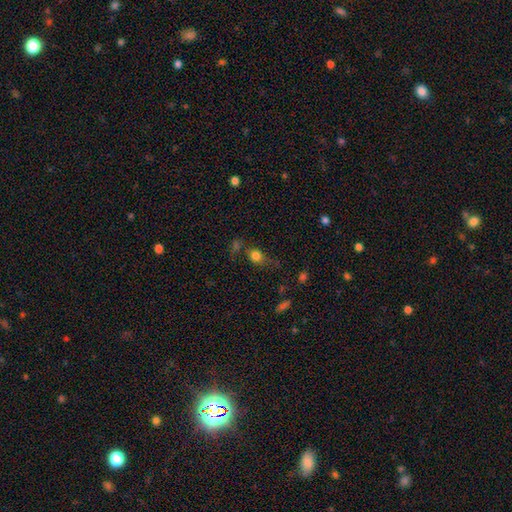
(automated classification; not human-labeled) Q: Smooth or featured?
A: smooth (75%); runner-up: star or artifact (15%)
Q: How rounded?
A: round (54%); runner-up: in between (43%)
Q: Merging?
A: none (52%); runner-up: minor disturbance (22%)